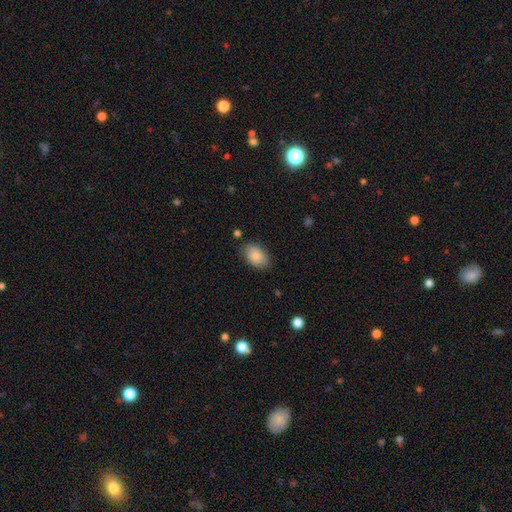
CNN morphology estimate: smooth_or_featured: smooth (p=0.85) [alt: featured or disk p=0.08]
how_rounded: in between (p=0.89) [alt: round p=0.09]
merging: none (p=0.81) [alt: minor disturbance p=0.14]